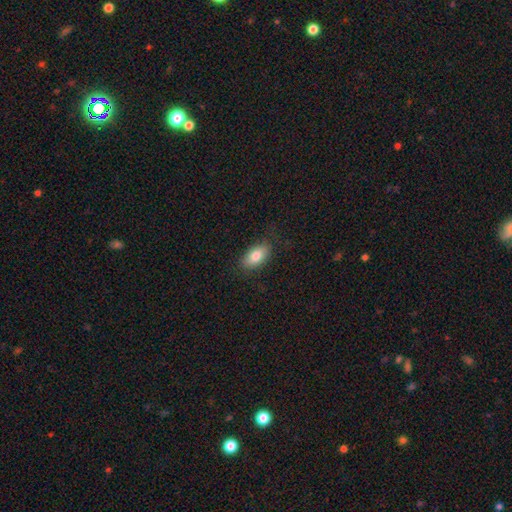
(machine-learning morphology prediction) Smooth or featured? smooth (81%)
How rounded? in between (92%)
Merging? none (80%)